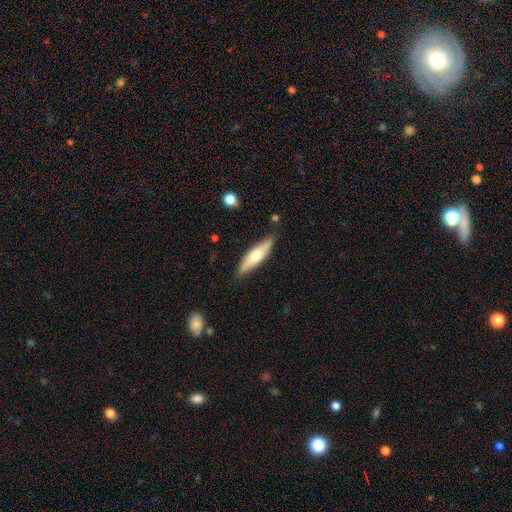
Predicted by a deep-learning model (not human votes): smooth 55%, featured or disk 40%, star or artifact 6%. Down the decision tree: how rounded — cigar-shaped (64%); merging — none (83%).